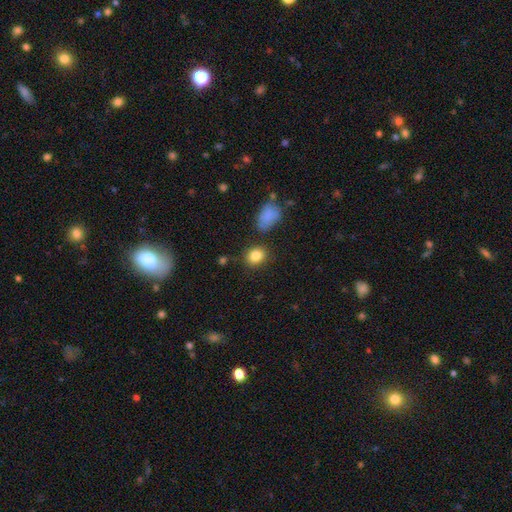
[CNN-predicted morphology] Smooth or featured? Predicted: smooth (p=0.84). How rounded? Predicted: round (p=0.57). Merging? Predicted: none (p=0.81).